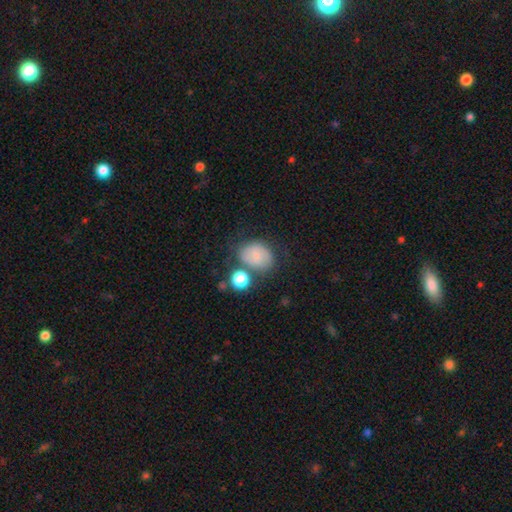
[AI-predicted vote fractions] smooth-or-featured: smooth: 69% | featured or disk: 20% | star or artifact: 11%
  how-rounded: in between: 50% | round: 49% | cigar-shaped: 1%
  merging: none: 56% | minor disturbance: 21% | merger: 14% | major disturbance: 8%